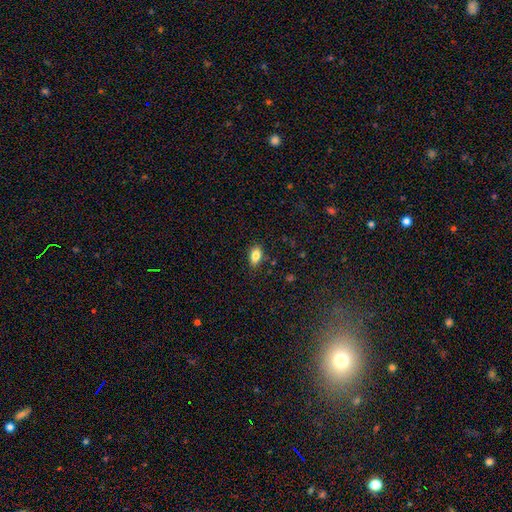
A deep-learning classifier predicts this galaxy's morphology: A smooth galaxy with no disk features (84%) that is in between round and cigar-shaped (89%).

Vote fractions:
- Smooth or featured? smooth: 84% / star or artifact: 8% / featured or disk: 8%
- How rounded? in between: 89% / round: 7% / cigar-shaped: 4%
- Merging? none: 84% / minor disturbance: 11% / major disturbance: 2% / merger: 2%